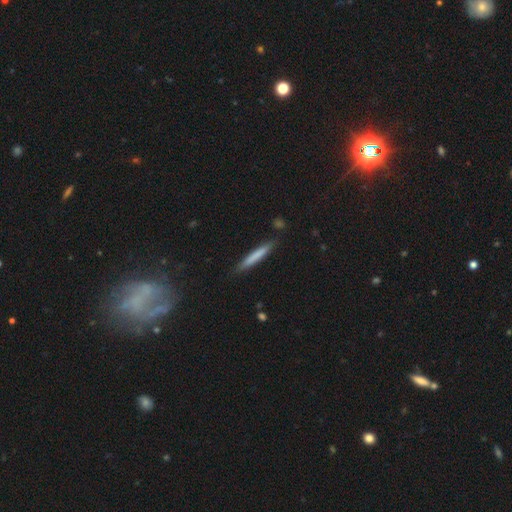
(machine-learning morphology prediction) Smooth or featured: smooth — 74% (featured or disk — 21%)
How rounded: cigar-shaped — 95% (in between — 4%)
Merging: none — 86% (minor disturbance — 11%)